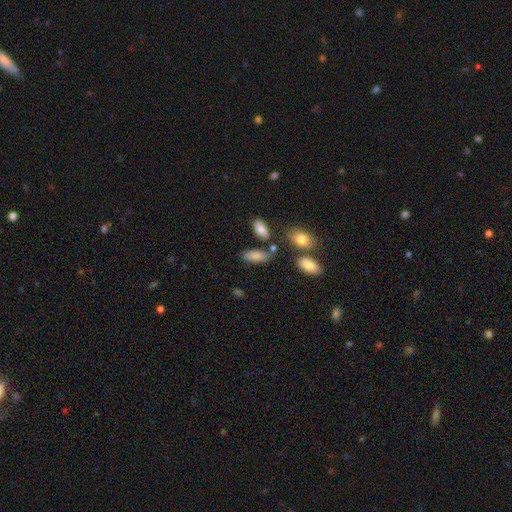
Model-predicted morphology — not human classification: Smooth or featured? Predicted: smooth (p=0.83). How rounded? Predicted: in between (p=0.80). Merging? Predicted: none (p=0.69).